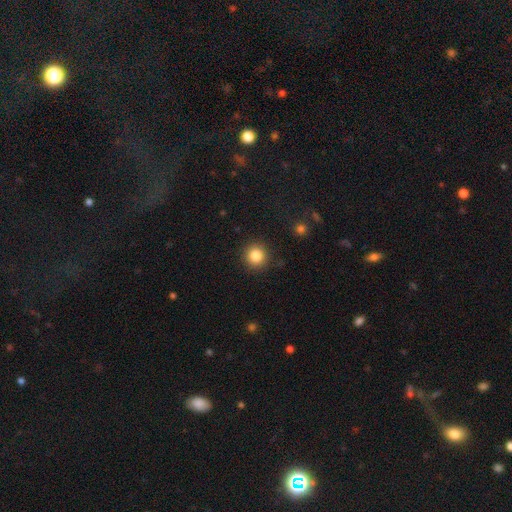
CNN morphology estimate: type=smooth (84%); roundness=round (94%); merging=none (90%).